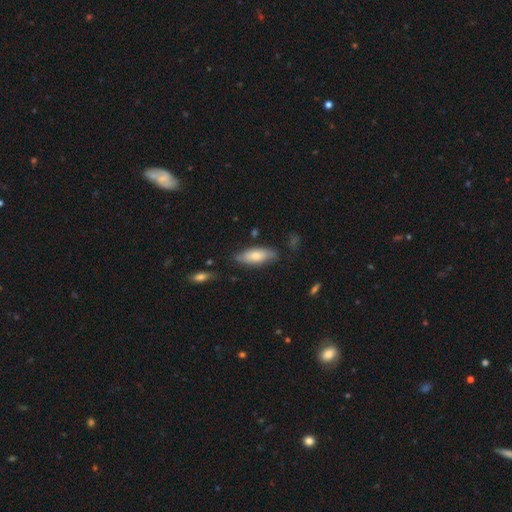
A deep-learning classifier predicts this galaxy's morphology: Smooth or featured: smooth — 72% (featured or disk — 22%)
How rounded: in between — 73% (cigar-shaped — 25%)
Merging: none — 74% (minor disturbance — 19%)